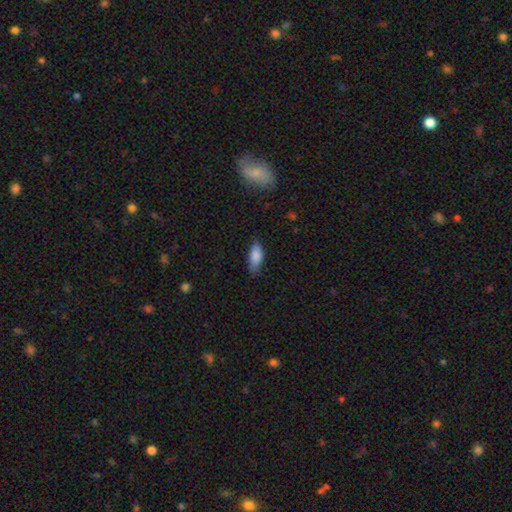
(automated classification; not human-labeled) This is clearly a smooth galaxy (84%). How rounded: likely in between (76%). Merging: likely none (77%).